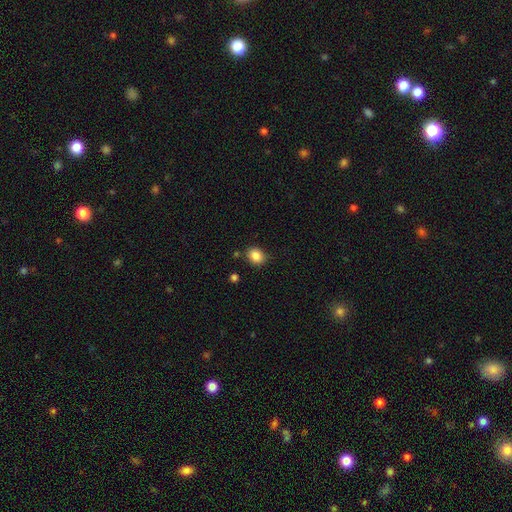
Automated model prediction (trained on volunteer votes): smooth-or-featured: smooth: 86% | star or artifact: 10% | featured or disk: 5%
  how-rounded: round: 59% | in between: 40% | cigar-shaped: 1%
  merging: none: 81% | minor disturbance: 12% | merger: 4% | major disturbance: 3%